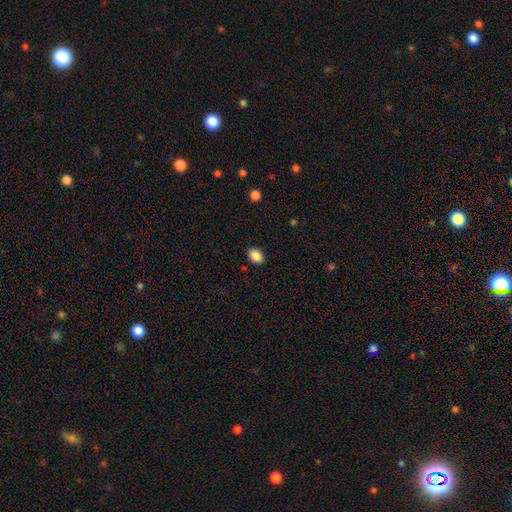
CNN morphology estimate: The model was most divided on "how rounded": in between: 75%, round: 24%, cigar-shaped: 1%. More confident: smooth or featured — smooth (88%); merging — none (88%).